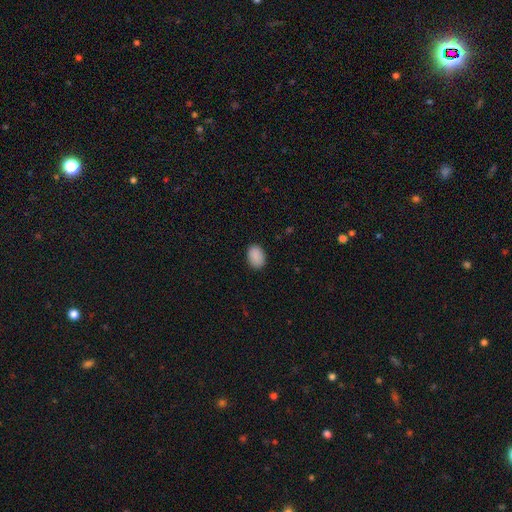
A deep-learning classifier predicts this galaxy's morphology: Smooth or featured? Predicted: smooth (p=0.89). How rounded? Predicted: in between (p=0.79). Merging? Predicted: none (p=0.87).